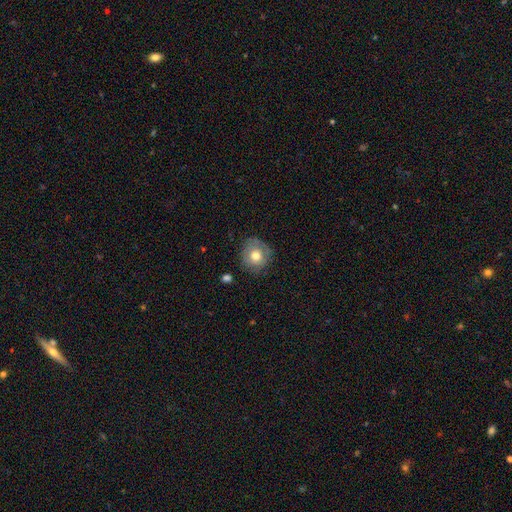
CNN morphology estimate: smooth 70%, featured or disk 21%, star or artifact 9%. Down the decision tree: how rounded — round (88%); merging — none (76%).